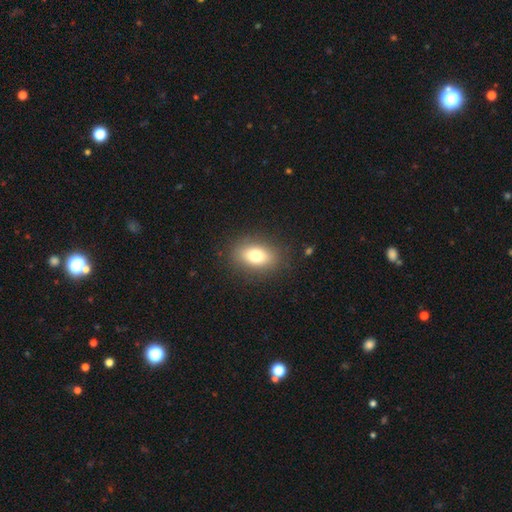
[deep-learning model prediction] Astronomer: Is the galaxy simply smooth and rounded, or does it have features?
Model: smooth — 77%.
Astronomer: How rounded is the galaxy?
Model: in between — 82%.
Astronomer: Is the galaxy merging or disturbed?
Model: none — 86%.